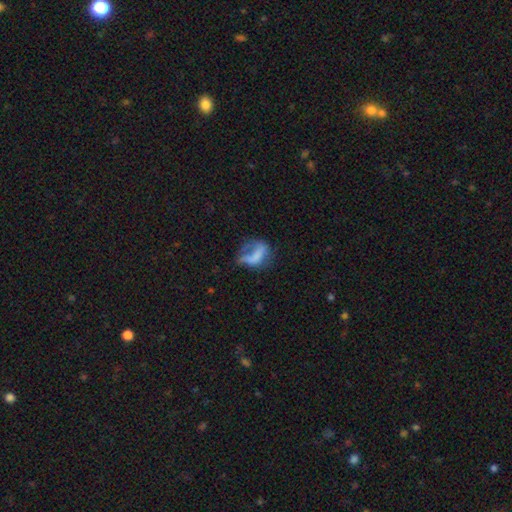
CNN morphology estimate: Q: Smooth or featured?
A: smooth (50%); runner-up: featured or disk (38%)
Q: How rounded?
A: in between (74%); runner-up: round (20%)
Q: Merging?
A: major disturbance (49%); runner-up: none (23%)